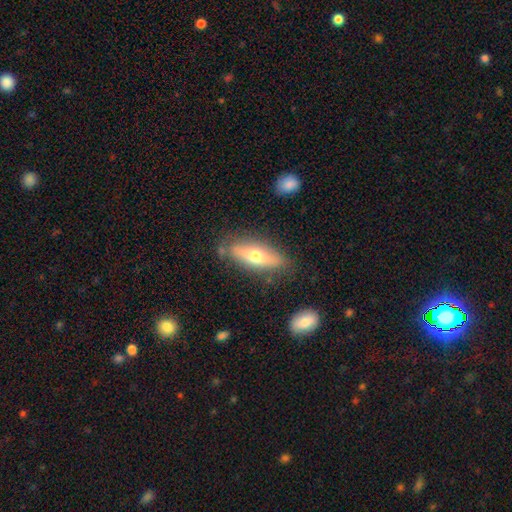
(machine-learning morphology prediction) Smooth or featured?
  - smooth: 55% *
  - featured or disk: 39%
  - star or artifact: 7%
How rounded?
  - in between: 54% *
  - cigar-shaped: 43%
  - round: 3%
Merging?
  - none: 75% *
  - minor disturbance: 16%
  - major disturbance: 4%
  - merger: 4%